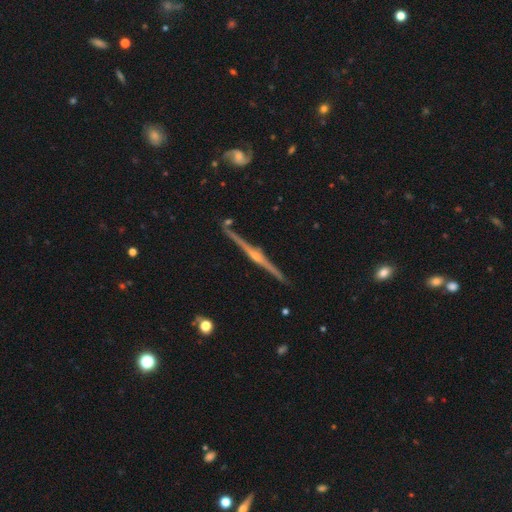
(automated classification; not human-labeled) Q: Smooth or featured?
A: featured or disk (90%); runner-up: smooth (5%)
Q: Edge-on disk?
A: yes (99%); runner-up: no (1%)
Q: Edge-on bulge?
A: rounded (86%); runner-up: none (7%)
Q: Merging?
A: none (90%); runner-up: minor disturbance (7%)